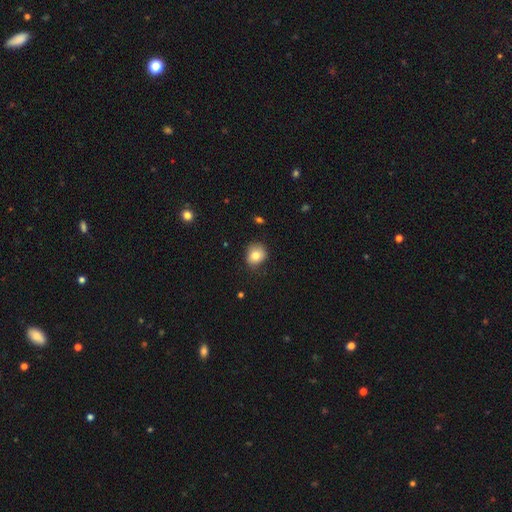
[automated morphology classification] smooth-or-featured: smooth: 80% | featured or disk: 10% | star or artifact: 10%
  how-rounded: round: 72% | in between: 27% | cigar-shaped: 1%
  merging: none: 76% | minor disturbance: 19% | major disturbance: 4% | merger: 1%